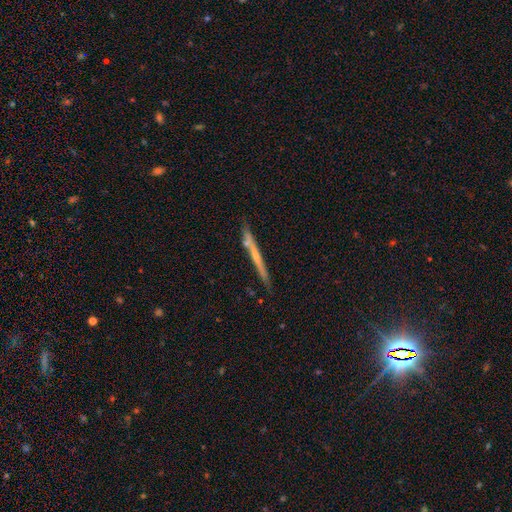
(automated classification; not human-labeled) A featured or disk galaxy (52%) viewed edge-on (95%).

Vote fractions:
- Smooth or featured? featured or disk: 52% / smooth: 41% / star or artifact: 7%
- Edge-on disk? yes: 95% / no: 5%
- Merging? none: 78% / minor disturbance: 13% / merger: 6% / major disturbance: 3%